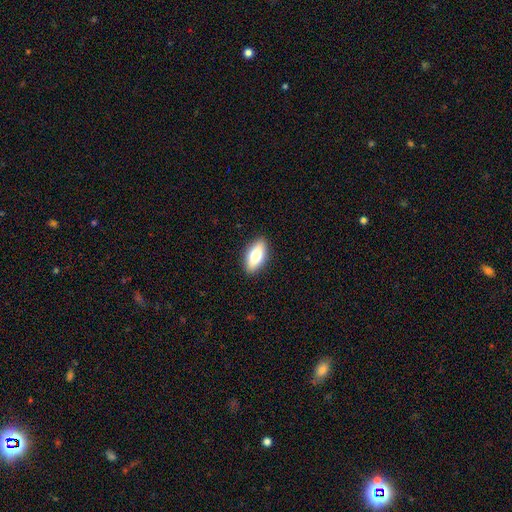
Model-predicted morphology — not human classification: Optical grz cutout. It shows a smooth galaxy with no disk features (71%) that is in between round and cigar-shaped (84%). Merging: none (89%).